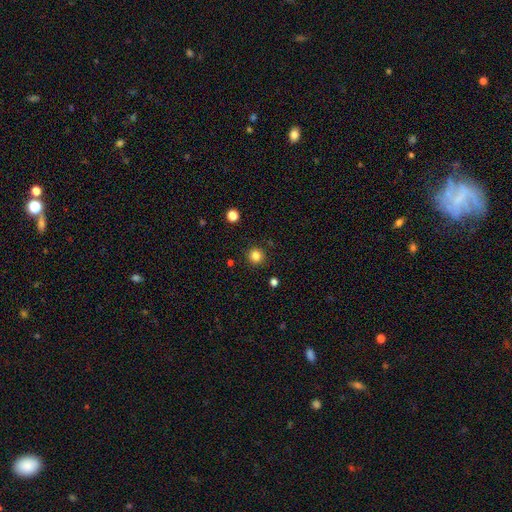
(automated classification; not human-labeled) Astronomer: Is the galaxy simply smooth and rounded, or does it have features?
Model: smooth — 83%.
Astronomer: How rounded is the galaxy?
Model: round — 94%.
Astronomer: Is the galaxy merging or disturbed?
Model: none — 91%.